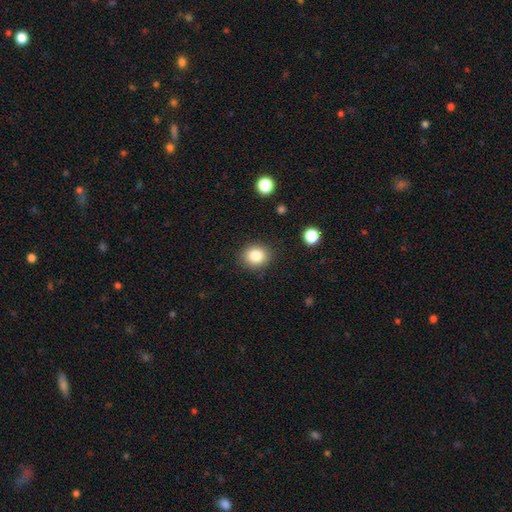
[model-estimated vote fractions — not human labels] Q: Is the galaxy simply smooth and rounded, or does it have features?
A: smooth — 84%.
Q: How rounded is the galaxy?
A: round — 76%.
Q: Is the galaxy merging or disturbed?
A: none — 88%.